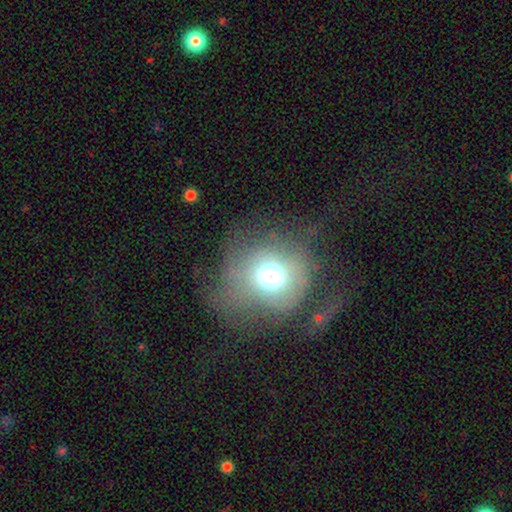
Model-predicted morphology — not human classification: smooth_or_featured: smooth (p=0.54) [alt: featured or disk p=0.30]
how_rounded: round (p=0.84) [alt: in between p=0.15]
merging: none (p=0.45) [alt: major disturbance p=0.30]